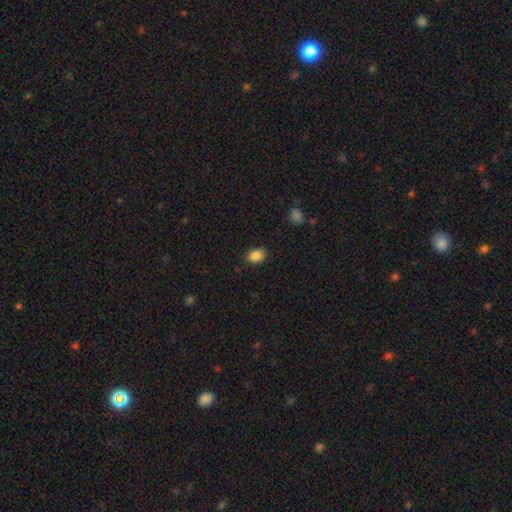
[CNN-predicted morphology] The model was most divided on "how rounded": in between: 74%, round: 25%, cigar-shaped: 1%. More confident: smooth or featured — smooth (87%); merging — none (85%).